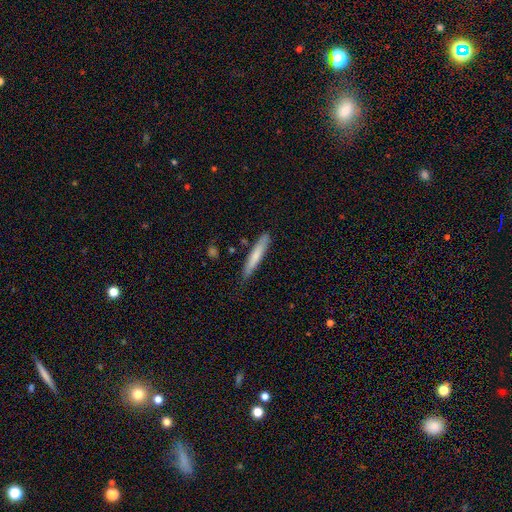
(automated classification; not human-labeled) Overall: smooth (71%). How rounded: cigar-shaped (93%). Merging: none (81%).